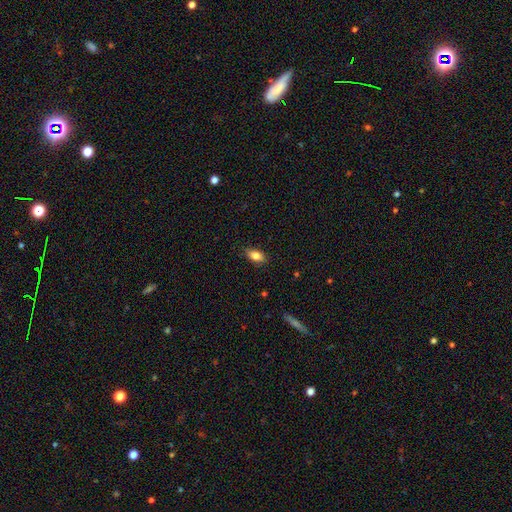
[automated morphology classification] Smooth or featured?
  - smooth: 82% *
  - featured or disk: 10%
  - star or artifact: 8%
How rounded?
  - in between: 87% *
  - cigar-shaped: 7%
  - round: 6%
Merging?
  - none: 85% *
  - minor disturbance: 12%
  - major disturbance: 2%
  - merger: 1%